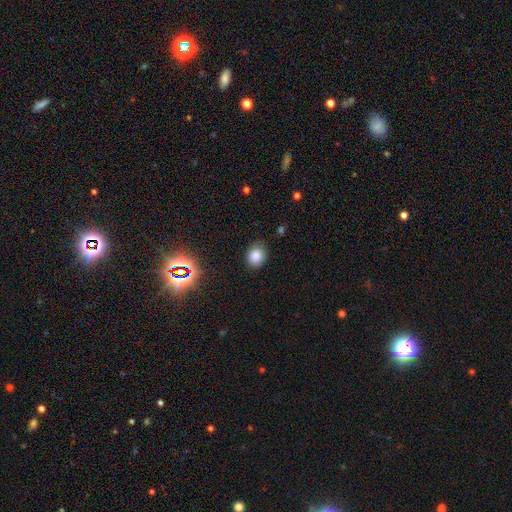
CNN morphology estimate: A smooth galaxy with no disk features (82%) that is round (66%).

Vote fractions:
- Smooth or featured? smooth: 82% / star or artifact: 13% / featured or disk: 5%
- How rounded? round: 66% / in between: 33% / cigar-shaped: 1%
- Merging? none: 83% / minor disturbance: 13% / major disturbance: 3% / merger: 1%